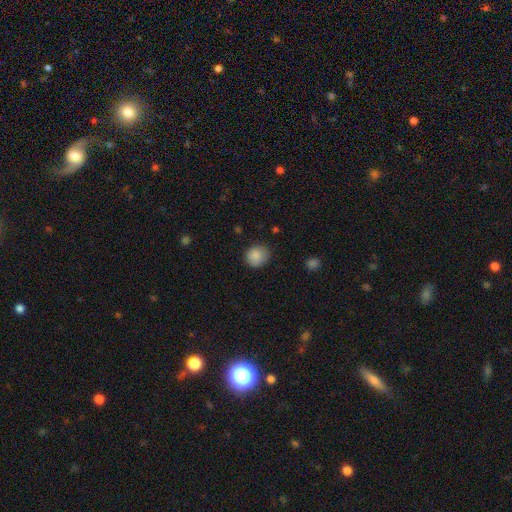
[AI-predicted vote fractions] Smooth or featured? smooth (86%)
How rounded? round (82%)
Merging? none (83%)